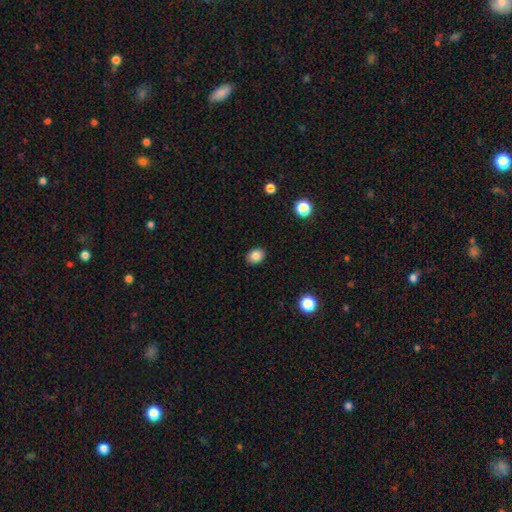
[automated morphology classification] This appears to be a smooth galaxy with no disk features (85%) that is in between round and cigar-shaped (59%). Merging: none (89%).